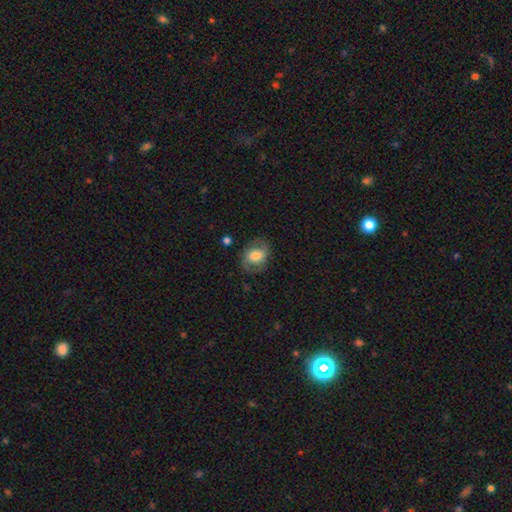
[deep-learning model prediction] Overall: smooth (47%; featured or disk 45%). Merging: none (75%).